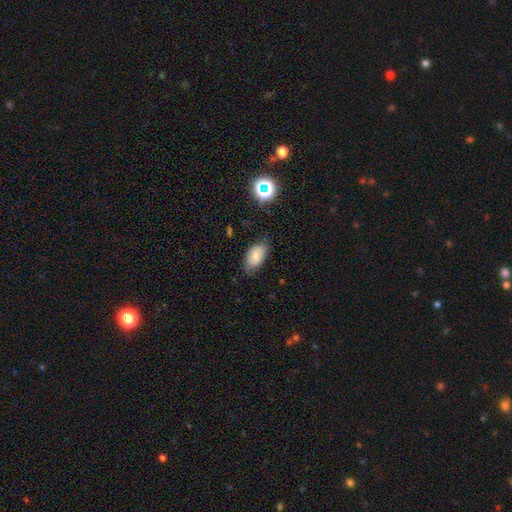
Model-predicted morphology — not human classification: Smooth or featured? smooth (75%)
How rounded? in between (92%)
Merging? none (72%)